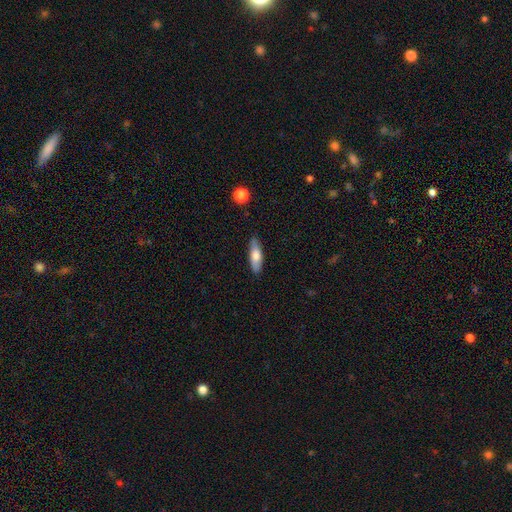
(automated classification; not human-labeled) Morphology: type=smooth (69%); roundness=cigar-shaped (50%); merging=none (87%).